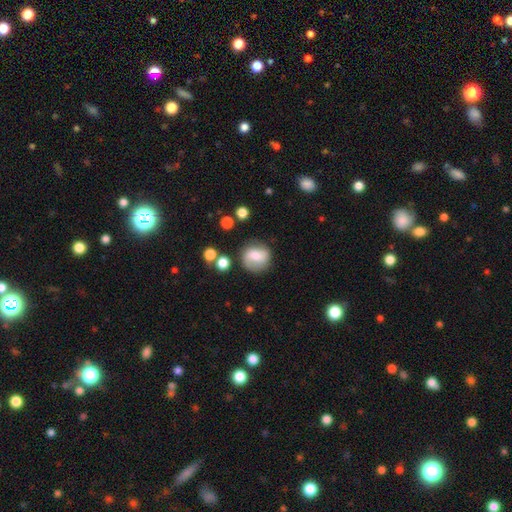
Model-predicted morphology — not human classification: smooth 52%, featured or disk 39%, star or artifact 9%. Down the decision tree: how rounded — round (85%); merging — none (73%).